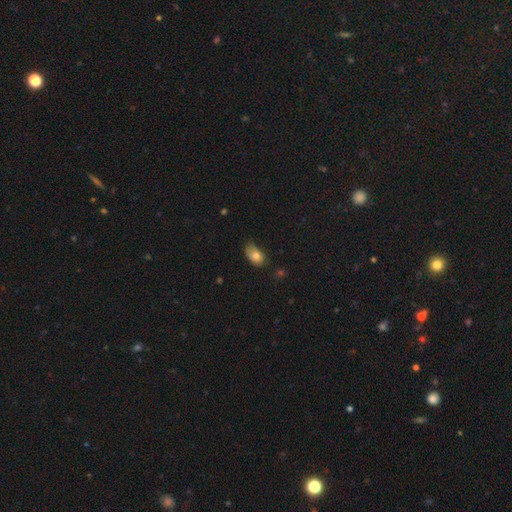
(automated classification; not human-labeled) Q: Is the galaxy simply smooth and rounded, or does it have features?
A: smooth — 79%.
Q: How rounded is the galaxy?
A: in between — 89%.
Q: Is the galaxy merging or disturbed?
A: none — 50%.